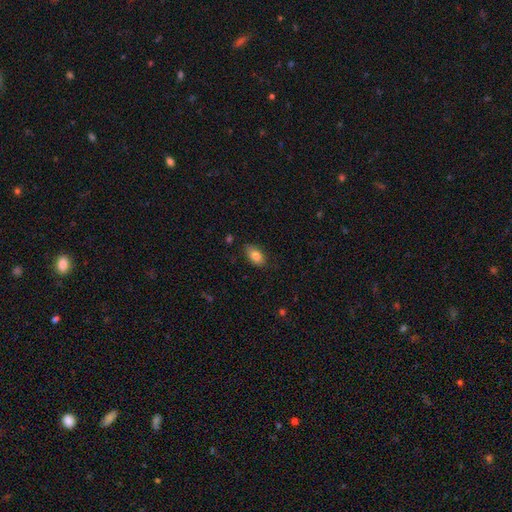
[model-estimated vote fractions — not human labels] The model was most divided on "merging": none: 79%, minor disturbance: 16%, major disturbance: 3%, merger: 1%. More confident: how rounded — in between (90%); smooth or featured — smooth (83%).